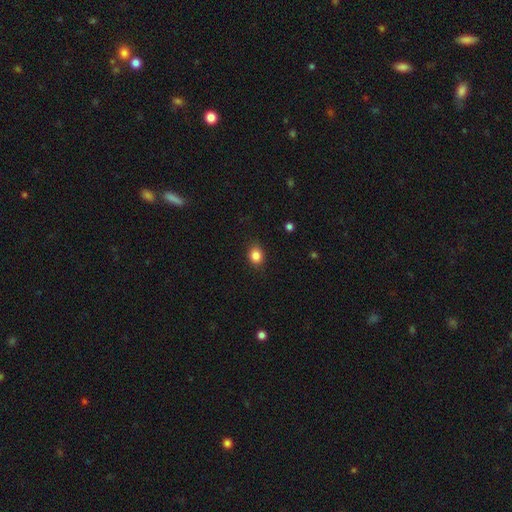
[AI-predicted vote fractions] A smooth galaxy with no disk features (85%) that is round (55%). Merging: none (85%).